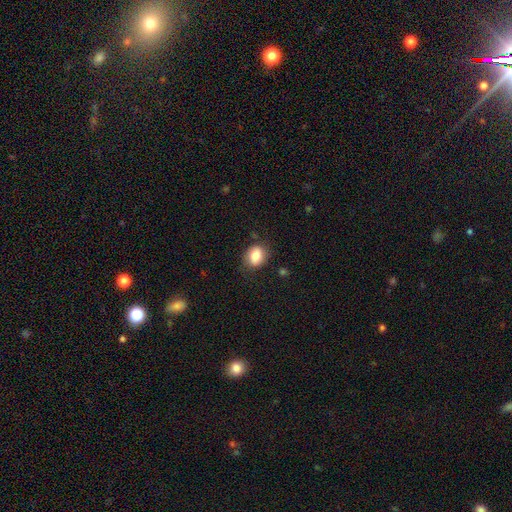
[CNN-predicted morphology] type=smooth (83%); roundness=in between (53%); merging=none (79%).